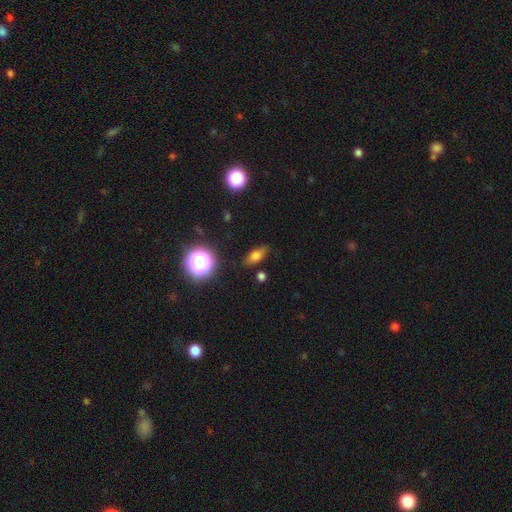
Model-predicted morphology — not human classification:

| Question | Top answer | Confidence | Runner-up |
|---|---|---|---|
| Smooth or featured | smooth | 68% | featured or disk (18%) |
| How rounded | in between | 70% | cigar-shaped (18%) |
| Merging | none | 81% | minor disturbance (13%) |